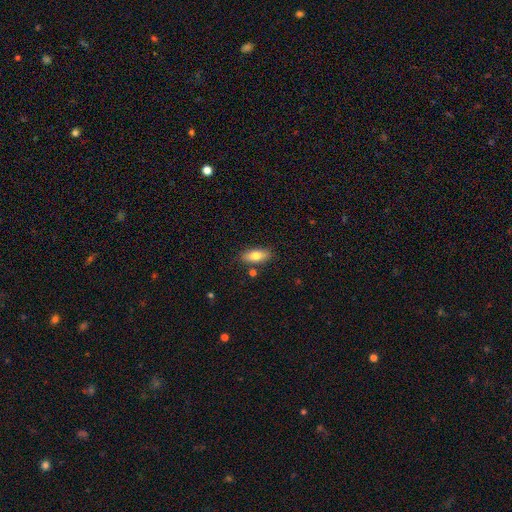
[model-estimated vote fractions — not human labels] The model was most divided on "smooth or featured": smooth: 78%, featured or disk: 15%, star or artifact: 7%. More confident: how rounded — in between (85%); merging — none (83%).